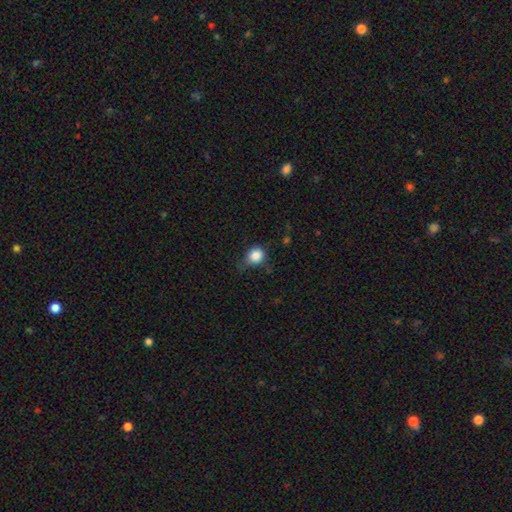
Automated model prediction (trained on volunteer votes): This is clearly a smooth galaxy (84%). How rounded: clearly round (81%). Merging: possibly none (58%).